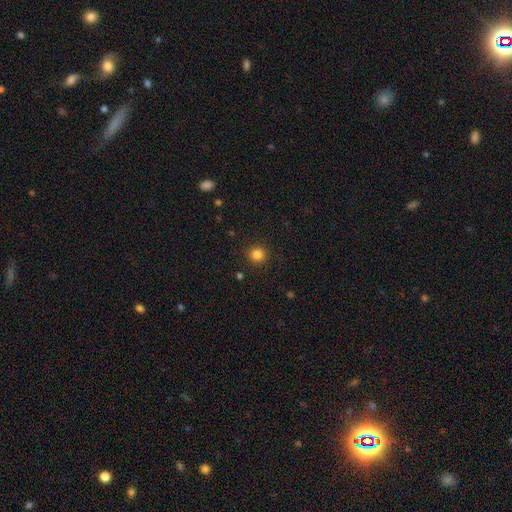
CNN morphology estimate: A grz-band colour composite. It shows a smooth galaxy with no disk features (84%) that is round (92%). Merging: none (91%).